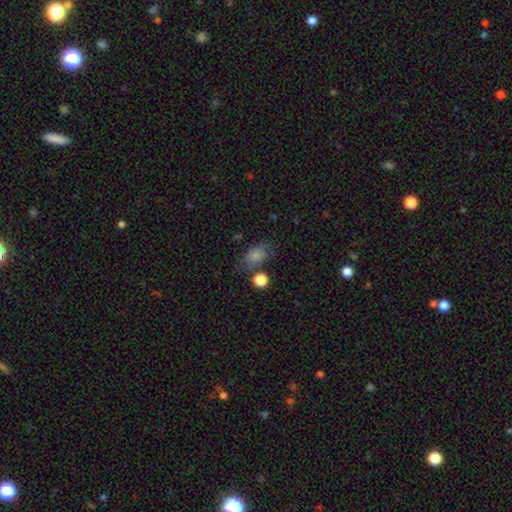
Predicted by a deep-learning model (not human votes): Q: Smooth or featured?
A: smooth (81%); runner-up: star or artifact (10%)
Q: How rounded?
A: in between (80%); runner-up: round (17%)
Q: Merging?
A: none (64%); runner-up: minor disturbance (20%)